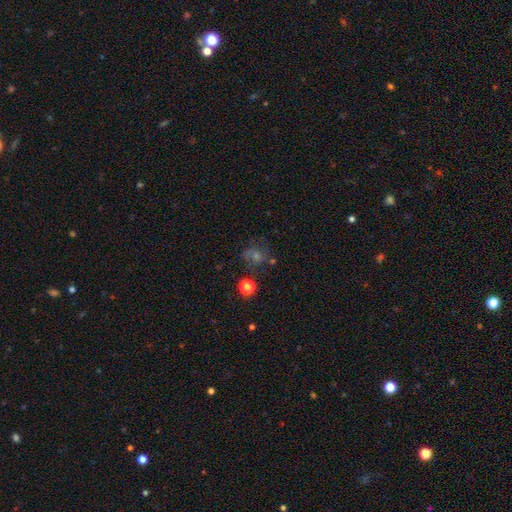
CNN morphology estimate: type=featured or disk (38%); merging=none (68%).